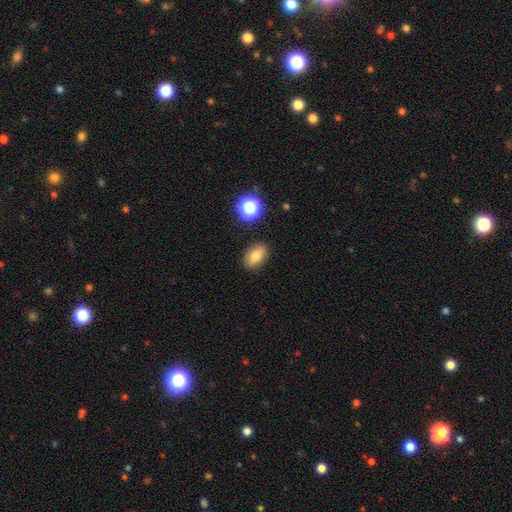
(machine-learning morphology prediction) A smooth galaxy with no disk features (81%) that is in between round and cigar-shaped (85%). Merging: none (87%).